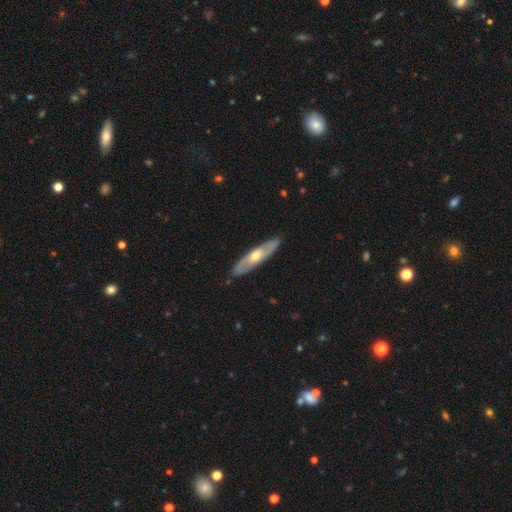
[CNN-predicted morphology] Smooth or featured: featured or disk — 60% (smooth — 35%)
Edge-on disk: yes — 54% (no — 46%)
Merging: none — 88% (minor disturbance — 10%)